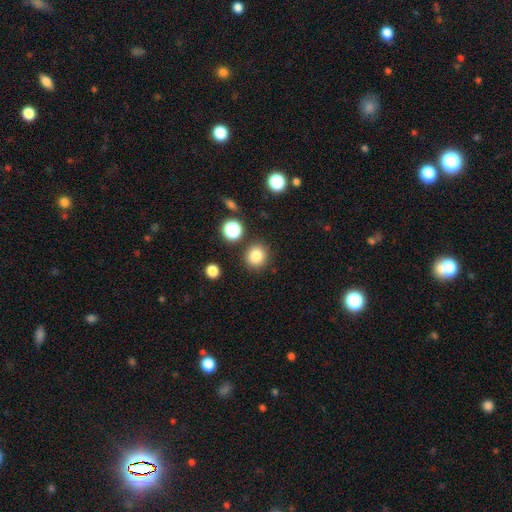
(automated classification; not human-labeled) Smooth or featured: smooth — 82% (star or artifact — 13%)
How rounded: round — 89% (in between — 10%)
Merging: none — 86% (minor disturbance — 8%)